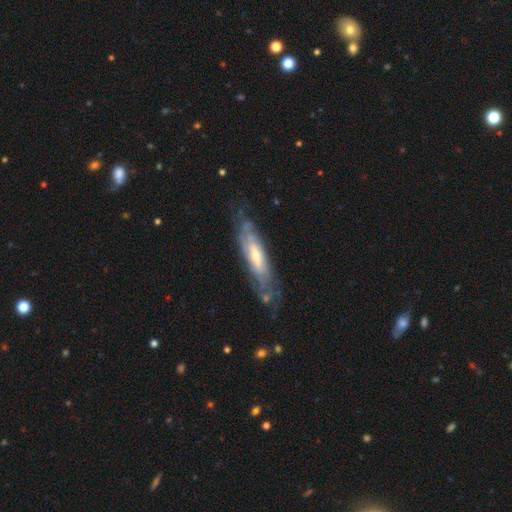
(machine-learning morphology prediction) Smooth or featured: featured or disk — 74% (smooth — 20%)
Edge-on disk: no — 67% (yes — 33%)
Merging: none — 64% (minor disturbance — 22%)